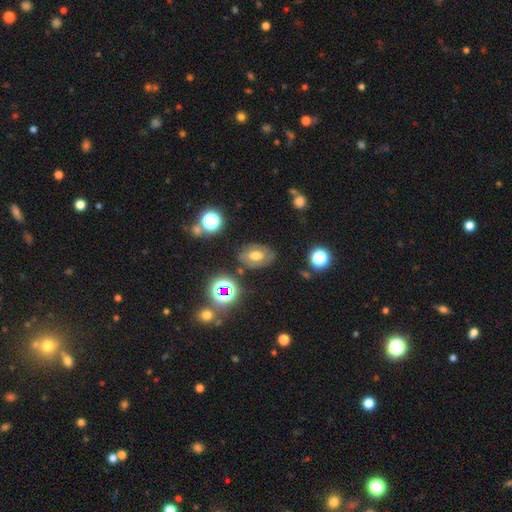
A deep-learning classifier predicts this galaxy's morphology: smooth-or-featured: smooth: 43% | featured or disk: 42% | star or artifact: 15%
  merging: none: 75% | minor disturbance: 16% | major disturbance: 6% | merger: 3%